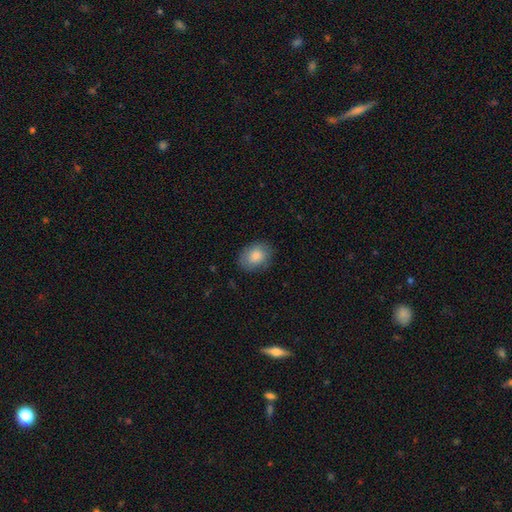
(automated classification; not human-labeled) smooth_or_featured: smooth (p=0.82) [alt: featured or disk p=0.11]
how_rounded: in between (p=0.68) [alt: round p=0.31]
merging: none (p=0.82) [alt: minor disturbance p=0.14]